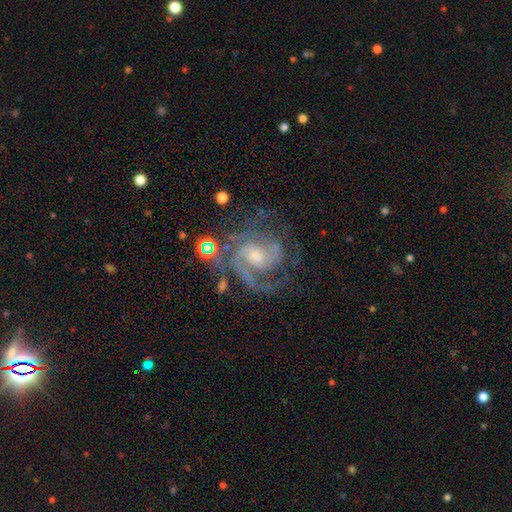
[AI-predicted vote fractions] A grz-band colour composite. It shows a featured or disk galaxy (89%) with no bar (56%), 2 (46%) tight (48%) spiral arms (97%) and a moderate central bulge (46%). Merging: none (60%).